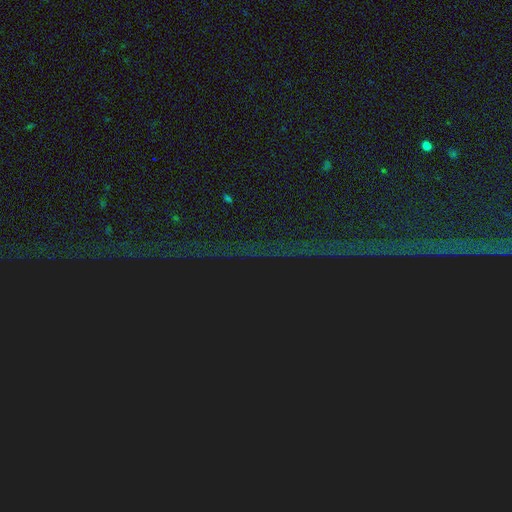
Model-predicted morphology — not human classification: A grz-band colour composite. It shows a star or artifact, not a galaxy (88%).